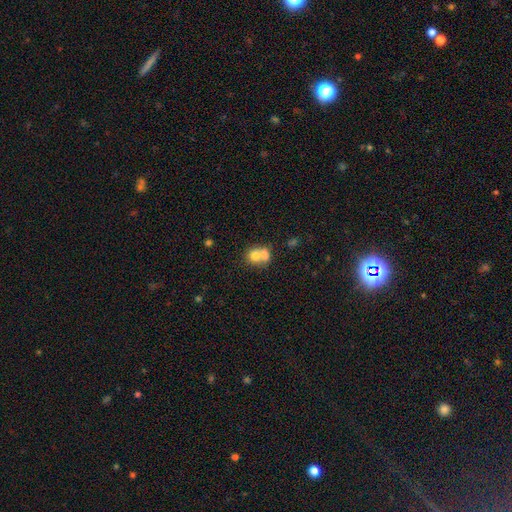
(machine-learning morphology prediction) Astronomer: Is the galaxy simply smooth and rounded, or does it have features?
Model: smooth — 73%.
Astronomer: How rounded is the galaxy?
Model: round — 69%.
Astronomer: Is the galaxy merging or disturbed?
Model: merger — 66%.